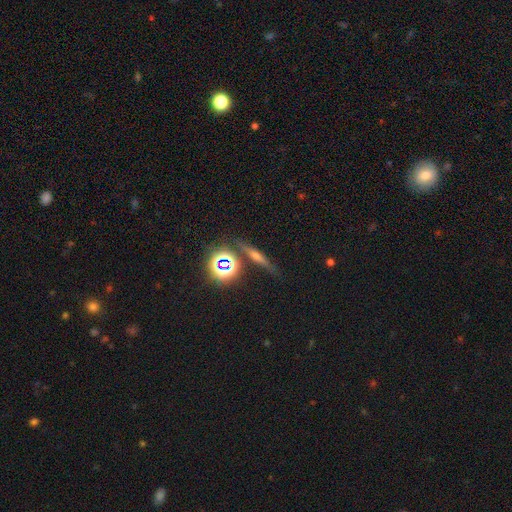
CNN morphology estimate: The model was most divided on "smooth or featured": featured or disk: 41%, star or artifact: 32%, smooth: 27%. More confident: merging — none (82%).